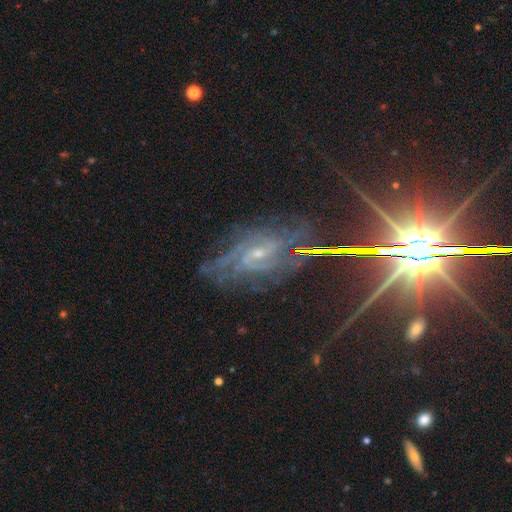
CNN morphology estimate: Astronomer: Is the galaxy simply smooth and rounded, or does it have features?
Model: featured or disk — 71%.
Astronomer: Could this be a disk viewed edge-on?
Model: no — 90%.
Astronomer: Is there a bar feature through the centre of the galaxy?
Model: no — 46% (runner-up: weak, 40%).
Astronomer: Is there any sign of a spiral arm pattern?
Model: yes — 94%.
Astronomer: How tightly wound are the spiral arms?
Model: tight — 56% (runner-up: medium, 33%).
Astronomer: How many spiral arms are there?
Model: can't tell — 42% (runner-up: 2, 19%).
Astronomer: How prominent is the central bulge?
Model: small — 73%.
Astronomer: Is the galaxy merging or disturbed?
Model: none — 69%.